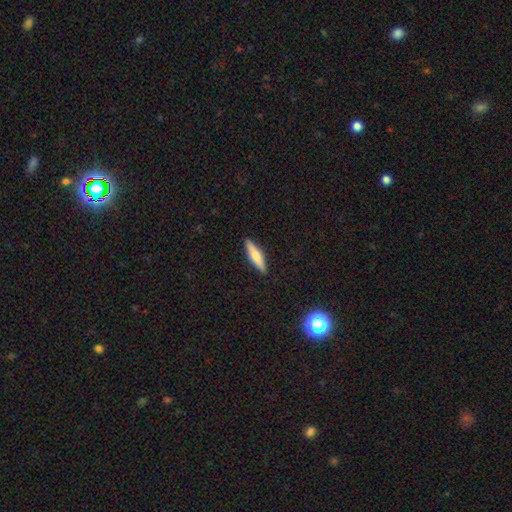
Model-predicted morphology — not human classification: Smooth or featured? smooth (57%)
How rounded? cigar-shaped (79%)
Merging? none (90%)